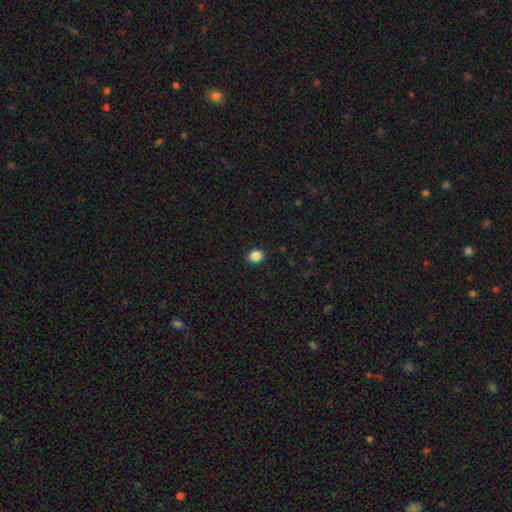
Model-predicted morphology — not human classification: Smooth or featured? smooth (86%)
How rounded? round (62%)
Merging? none (91%)